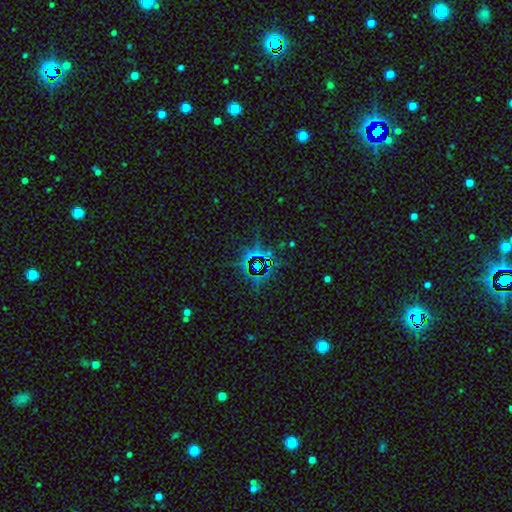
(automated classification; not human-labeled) Smooth or featured: star or artifact — 77% (smooth — 12%)